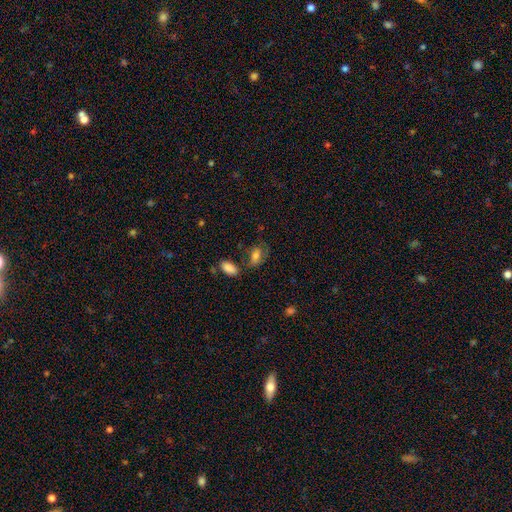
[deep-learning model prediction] Smooth or featured? Predicted: smooth (p=0.74). How rounded? Predicted: in between (p=0.89). Merging? Predicted: none (p=0.51).